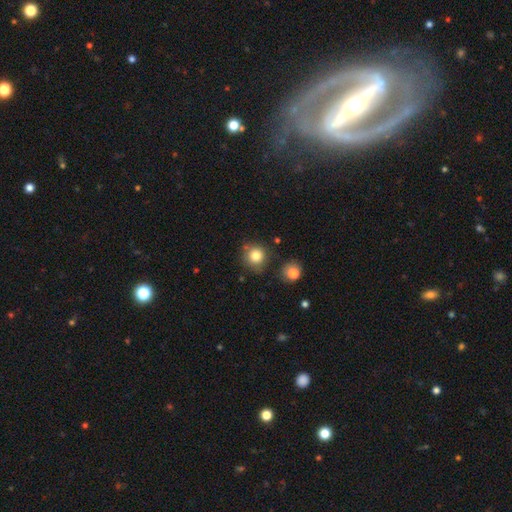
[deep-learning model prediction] Smooth or featured? smooth (81%)
How rounded? round (90%)
Merging? none (78%)